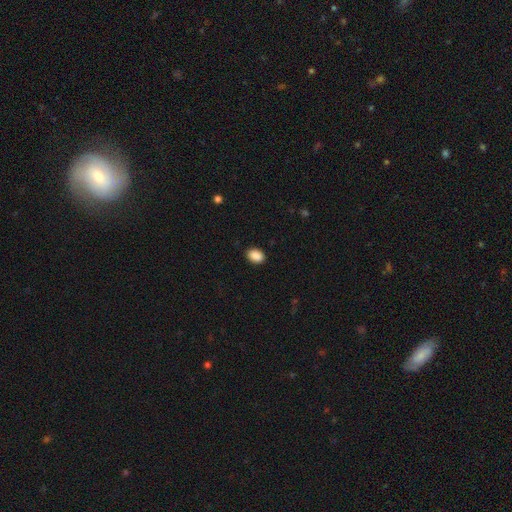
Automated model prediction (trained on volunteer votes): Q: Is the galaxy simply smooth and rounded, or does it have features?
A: smooth — 90%.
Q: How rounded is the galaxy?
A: in between — 79%.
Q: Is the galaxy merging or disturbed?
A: none — 90%.